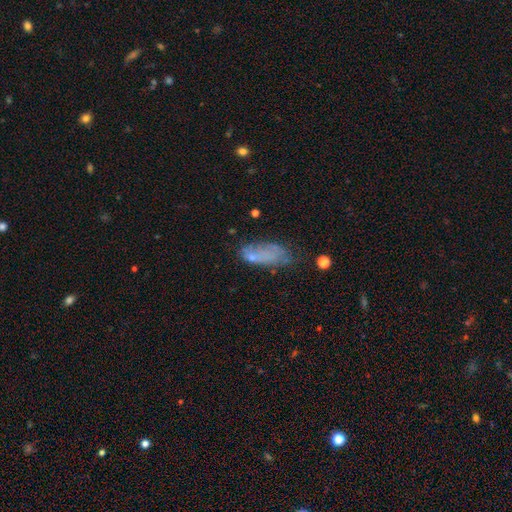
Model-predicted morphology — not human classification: A smooth galaxy with no disk features (60%) that is in between round and cigar-shaped (78%). Merging: none (38%).